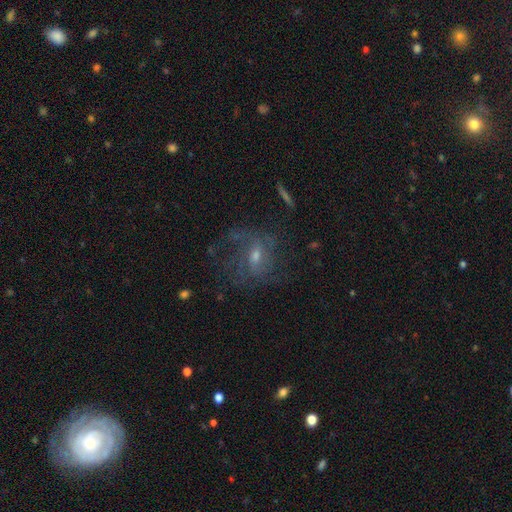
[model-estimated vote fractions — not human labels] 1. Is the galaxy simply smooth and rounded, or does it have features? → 59% featured or disk, 20% smooth, 20% star or artifact.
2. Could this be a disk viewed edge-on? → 95% no, 5% yes.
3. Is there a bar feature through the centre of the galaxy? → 45% weak, 43% no, 12% strong.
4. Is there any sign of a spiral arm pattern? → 79% yes, 21% no.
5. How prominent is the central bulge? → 45% small (tied), 45% moderate (tied), 5% none, 4% large, 1% dominant.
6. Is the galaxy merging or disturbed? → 62% none, 19% major disturbance, 17% minor disturbance, 2% merger.